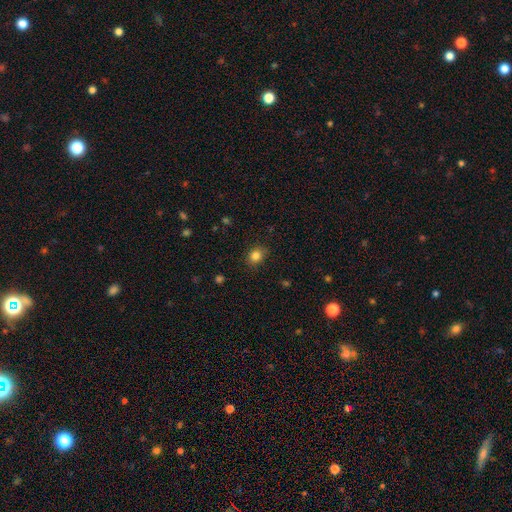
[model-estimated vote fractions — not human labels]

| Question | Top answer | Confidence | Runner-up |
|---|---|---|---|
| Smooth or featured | smooth | 83% | star or artifact (12%) |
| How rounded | round | 61% | in between (38%) |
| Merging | none | 85% | minor disturbance (11%) |